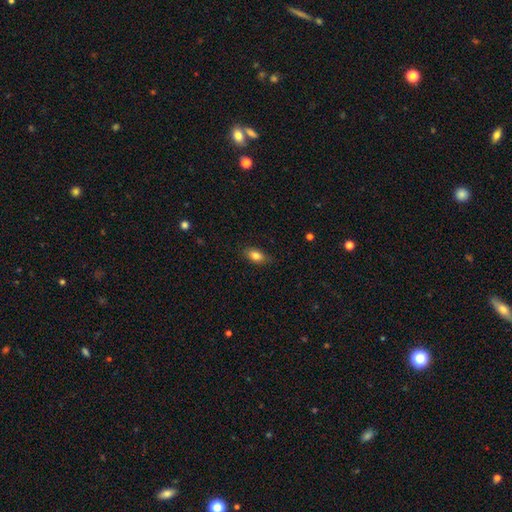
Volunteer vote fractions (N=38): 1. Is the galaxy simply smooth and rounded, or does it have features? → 92% smooth, 8% featured or disk, 0% star or artifact.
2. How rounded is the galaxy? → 91% in between, 6% round, 3% cigar-shaped.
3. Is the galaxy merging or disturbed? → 89% none, 11% minor disturbance, 0% major disturbance, 0% merger.